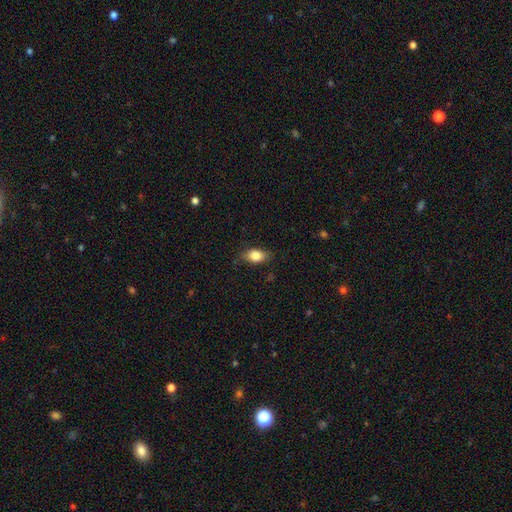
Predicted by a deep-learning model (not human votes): This appears to be a smooth galaxy with no disk features (82%) that is in between round and cigar-shaped (84%). Merging: none (81%).